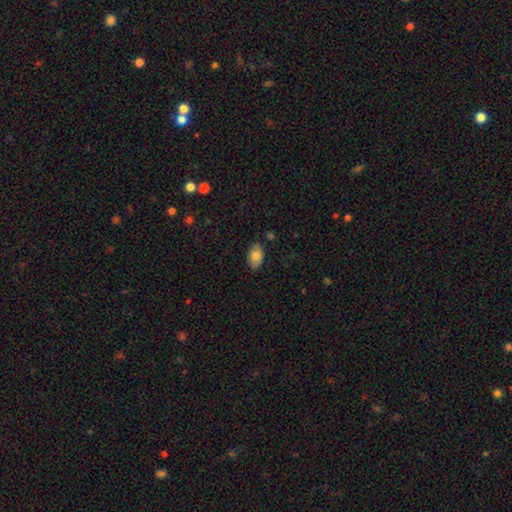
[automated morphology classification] type=smooth (80%); roundness=in between (91%); merging=none (83%).